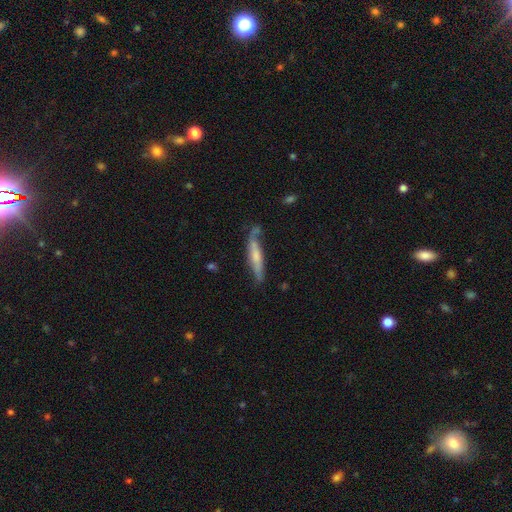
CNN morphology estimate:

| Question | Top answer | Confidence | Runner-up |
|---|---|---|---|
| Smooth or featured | featured or disk | 49% | smooth (45%) |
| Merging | none | 59% | minor disturbance (26%) |